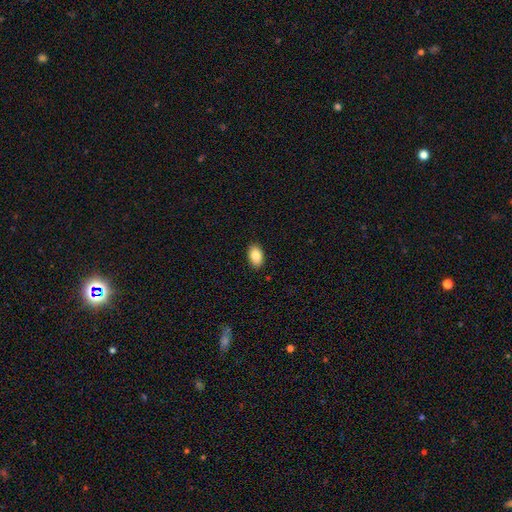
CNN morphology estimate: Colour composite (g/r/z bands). It shows a smooth galaxy with no disk features (86%) that is in between round and cigar-shaped (90%). Merging: none (89%).